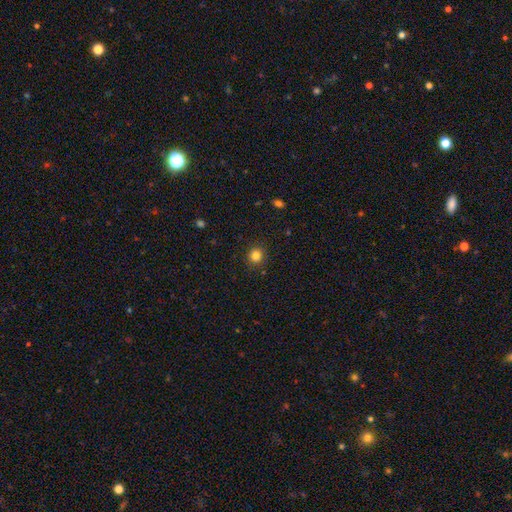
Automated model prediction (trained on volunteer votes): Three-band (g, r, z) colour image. It shows a smooth galaxy with no disk features (83%) that is round (90%). Merging: none (90%).